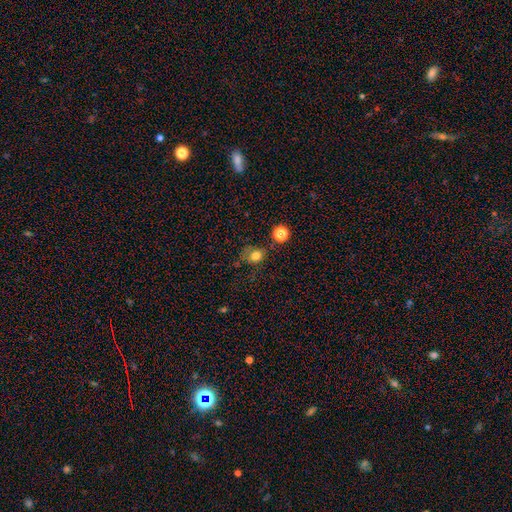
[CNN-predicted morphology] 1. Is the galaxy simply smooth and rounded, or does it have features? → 77% smooth, 14% star or artifact, 8% featured or disk.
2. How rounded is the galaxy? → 66% round, 33% in between, 1% cigar-shaped.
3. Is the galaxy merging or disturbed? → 59% none, 24% minor disturbance, 11% major disturbance, 7% merger.